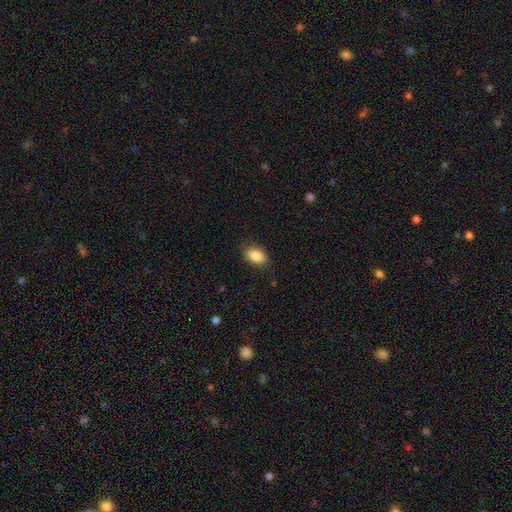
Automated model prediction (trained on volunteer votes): Smooth or featured: smooth — 87% (star or artifact — 7%)
How rounded: in between — 89% (round — 10%)
Merging: none — 83% (minor disturbance — 13%)